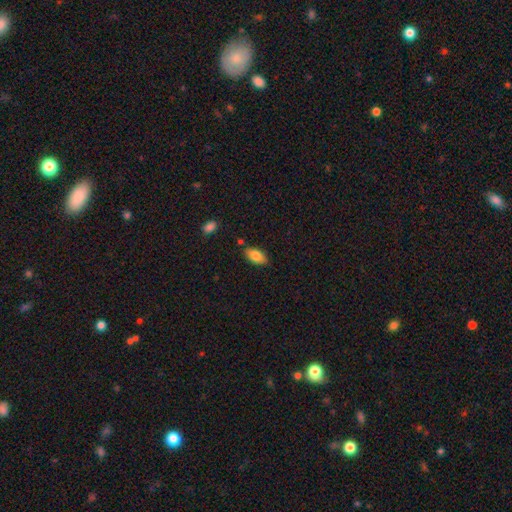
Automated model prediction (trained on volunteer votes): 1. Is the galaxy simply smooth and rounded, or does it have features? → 83% smooth, 10% featured or disk, 7% star or artifact.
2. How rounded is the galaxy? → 91% in between, 6% cigar-shaped, 3% round.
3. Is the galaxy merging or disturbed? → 80% none, 14% minor disturbance, 4% merger, 3% major disturbance.